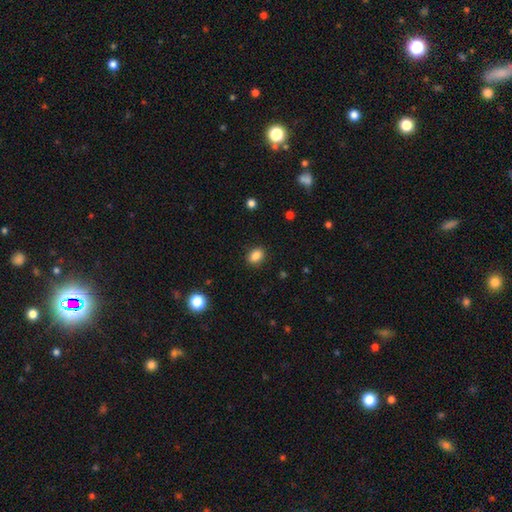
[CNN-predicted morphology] Smooth or featured?
  - smooth: 87% *
  - star or artifact: 9%
  - featured or disk: 4%
How rounded?
  - in between: 72% *
  - round: 27%
  - cigar-shaped: 1%
Merging?
  - none: 89% *
  - minor disturbance: 8%
  - major disturbance: 2%
  - merger: 1%